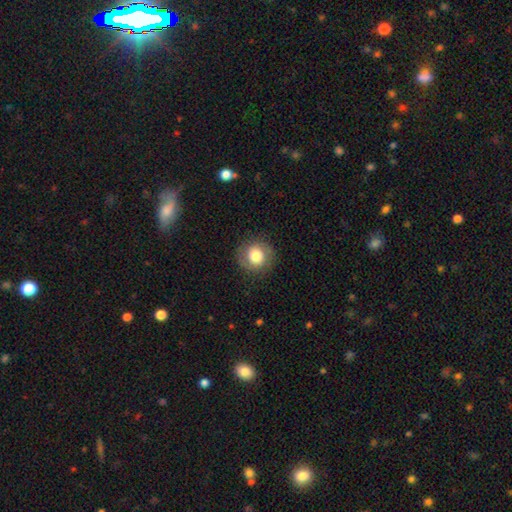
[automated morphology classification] Smooth or featured?
  - smooth: 65% *
  - featured or disk: 26%
  - star or artifact: 9%
How rounded?
  - round: 90% *
  - in between: 9%
  - cigar-shaped: 1%
Merging?
  - none: 85% *
  - minor disturbance: 10%
  - major disturbance: 4%
  - merger: 1%